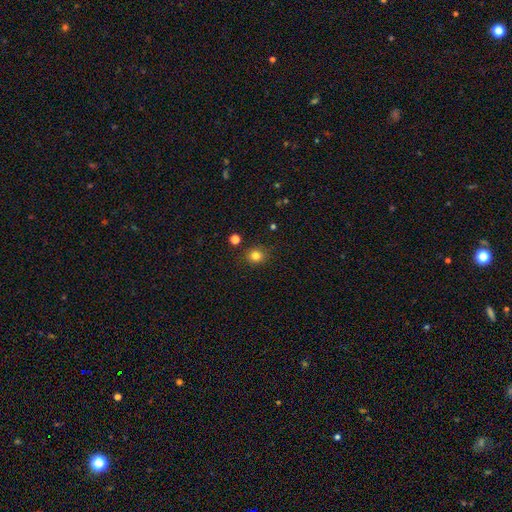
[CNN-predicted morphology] smooth-or-featured: smooth: 81% | star or artifact: 14% | featured or disk: 5%
  how-rounded: round: 83% | in between: 16% | cigar-shaped: 1%
  merging: none: 86% | minor disturbance: 9% | merger: 3% | major disturbance: 2%